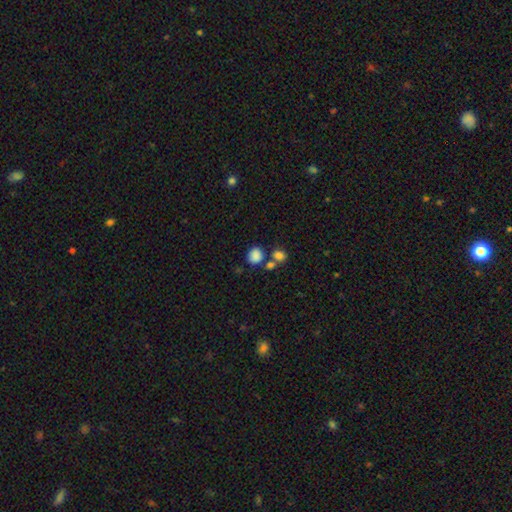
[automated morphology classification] smooth_or_featured: smooth (p=0.85) [alt: star or artifact p=0.11]
how_rounded: round (p=0.69) [alt: in between p=0.30]
merging: none (p=0.63) [alt: merger p=0.21]